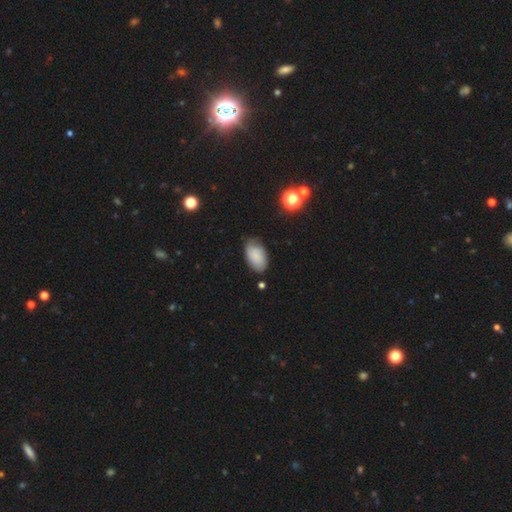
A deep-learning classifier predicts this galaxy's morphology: This appears to be a smooth galaxy with no disk features (80%) that is in between round and cigar-shaped (93%). Merging: none (70%).